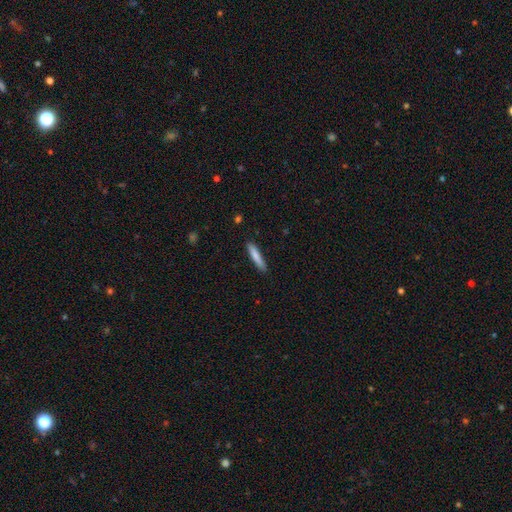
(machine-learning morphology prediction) A smooth galaxy with no disk features (81%) that is cigar-shaped (91%).

Vote fractions:
- Smooth or featured? smooth: 81% / featured or disk: 14% / star or artifact: 6%
- How rounded? cigar-shaped: 91% / in between: 8% / round: 1%
- Merging? none: 87% / minor disturbance: 10% / major disturbance: 2% / merger: 1%